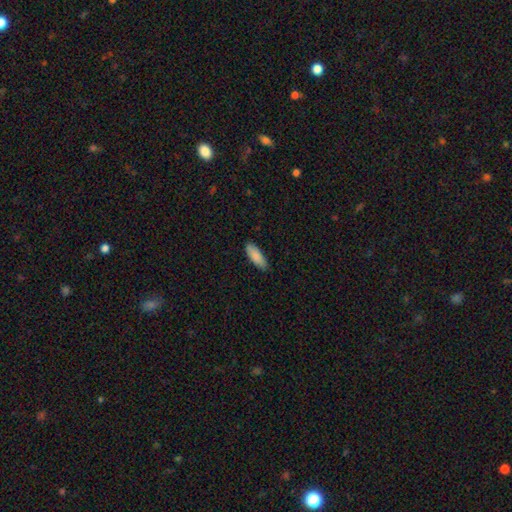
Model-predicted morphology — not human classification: Q: Smooth or featured?
A: smooth (88%); runner-up: featured or disk (6%)
Q: How rounded?
A: in between (68%); runner-up: cigar-shaped (30%)
Q: Merging?
A: none (86%); runner-up: minor disturbance (11%)